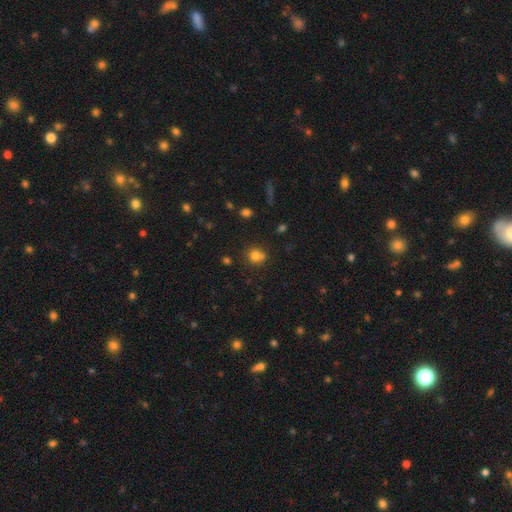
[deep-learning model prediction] smooth-or-featured: smooth: 77% | star or artifact: 15% | featured or disk: 9%
  how-rounded: round: 82% | in between: 17% | cigar-shaped: 1%
  merging: none: 61% | merger: 21% | minor disturbance: 13% | major disturbance: 4%